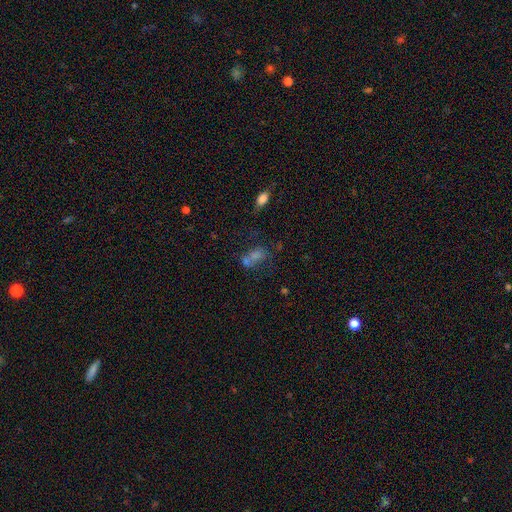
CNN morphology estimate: Overall: smooth (50%; star or artifact 29%). Merging: merger (38%; none 37%).